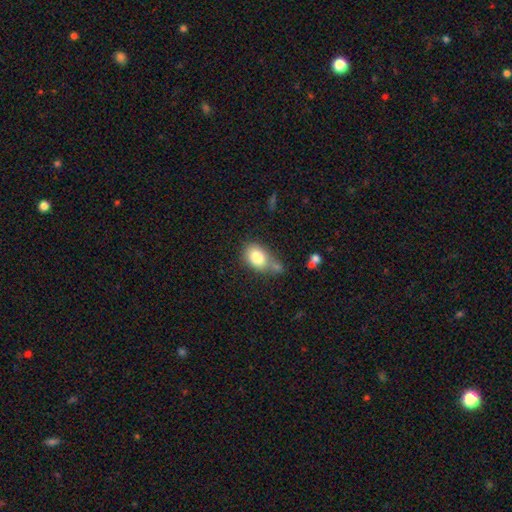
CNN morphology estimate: Q: Smooth or featured?
A: smooth (81%); runner-up: featured or disk (10%)
Q: How rounded?
A: in between (75%); runner-up: round (23%)
Q: Merging?
A: none (48%); runner-up: minor disturbance (22%)